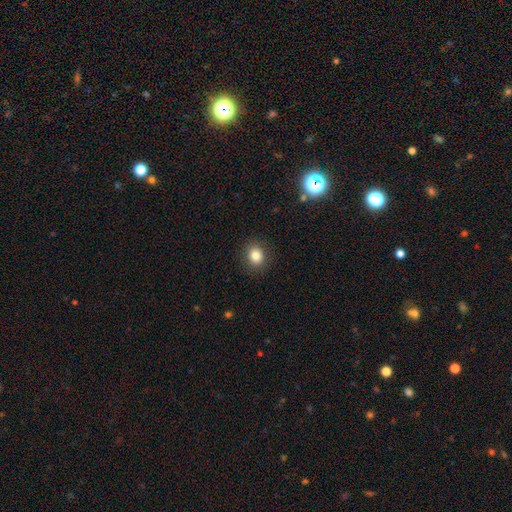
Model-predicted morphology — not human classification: Smooth or featured? smooth (82%)
How rounded? round (76%)
Merging? none (90%)